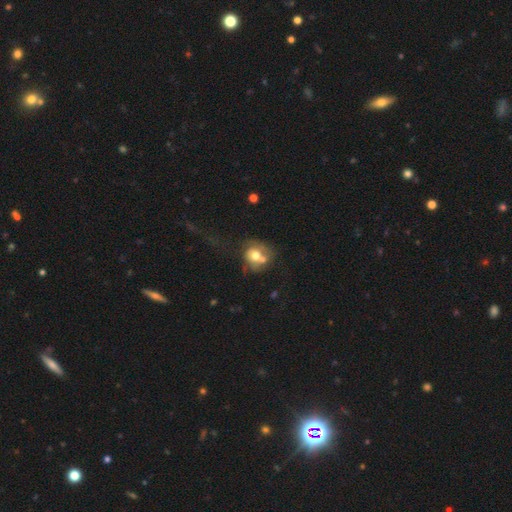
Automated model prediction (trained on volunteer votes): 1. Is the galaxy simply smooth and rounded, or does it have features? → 55% smooth, 35% featured or disk, 9% star or artifact.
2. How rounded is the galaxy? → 73% round, 26% in between, 1% cigar-shaped.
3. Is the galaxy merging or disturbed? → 41% merger, 28% none, 17% major disturbance, 14% minor disturbance.